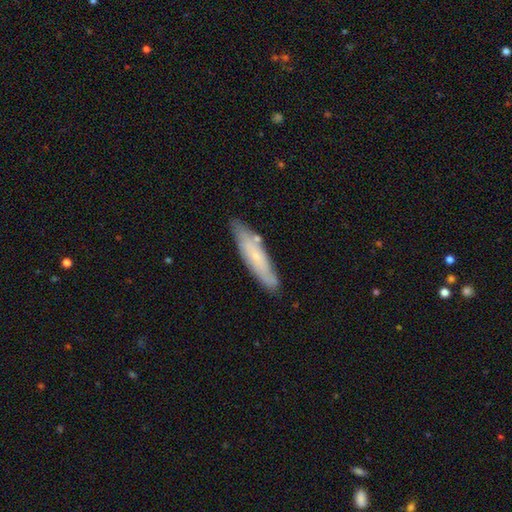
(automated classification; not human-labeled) smooth-or-featured: smooth: 50% | featured or disk: 44% | star or artifact: 7%
  merging: none: 81% | minor disturbance: 14% | merger: 3% | major disturbance: 2%